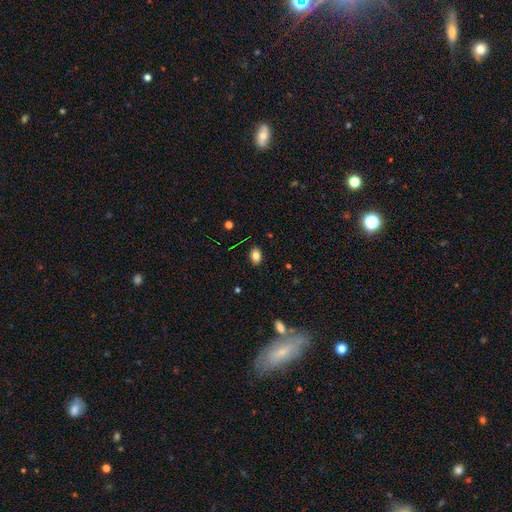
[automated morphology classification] Q: Smooth or featured?
A: smooth (82%); runner-up: star or artifact (9%)
Q: How rounded?
A: in between (82%); runner-up: round (16%)
Q: Merging?
A: none (87%); runner-up: minor disturbance (10%)